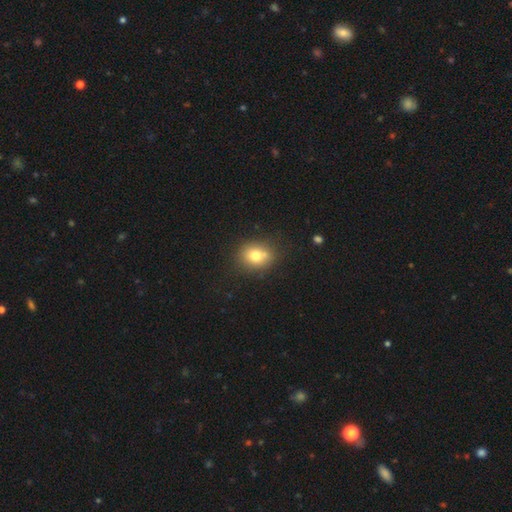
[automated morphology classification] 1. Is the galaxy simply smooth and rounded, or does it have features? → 74% smooth, 14% featured or disk, 12% star or artifact.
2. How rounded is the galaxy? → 59% round, 40% in between, 1% cigar-shaped.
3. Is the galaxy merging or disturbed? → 70% none, 15% minor disturbance, 11% merger, 4% major disturbance.